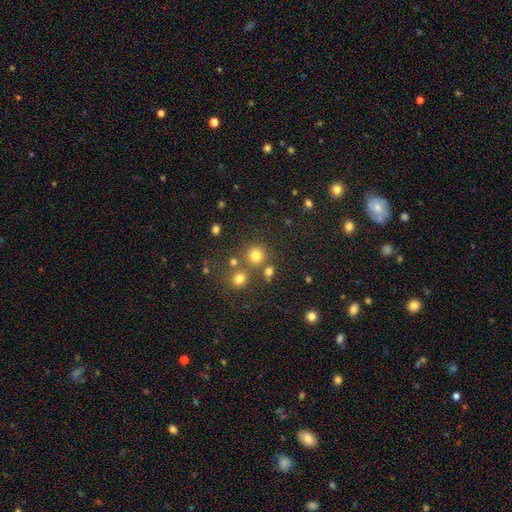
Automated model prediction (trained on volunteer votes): smooth-or-featured: smooth: 74% | star or artifact: 19% | featured or disk: 7%
  how-rounded: round: 91% | in between: 8% | cigar-shaped: 1%
  merging: none: 72% | merger: 16% | minor disturbance: 8% | major disturbance: 4%